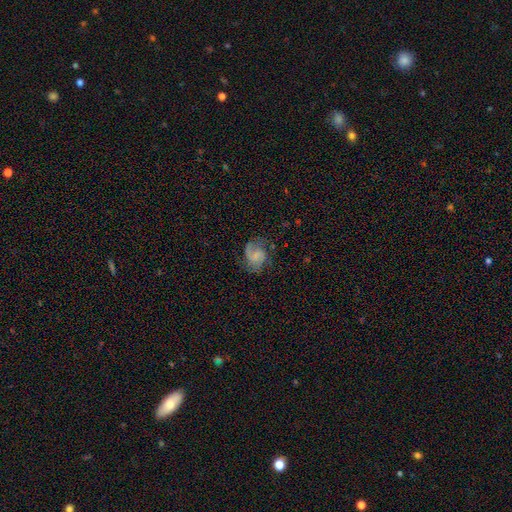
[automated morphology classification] The model was most divided on "bar": no: 49%, weak: 41%, strong: 9%. Remaining: edge-on disk — no (98%); spiral arms — yes (91%); spiral arm count — 2 (67%); smooth or featured — featured or disk (65%); merging — none (59%); bulge size — none (48%); spiral winding — medium (47%).